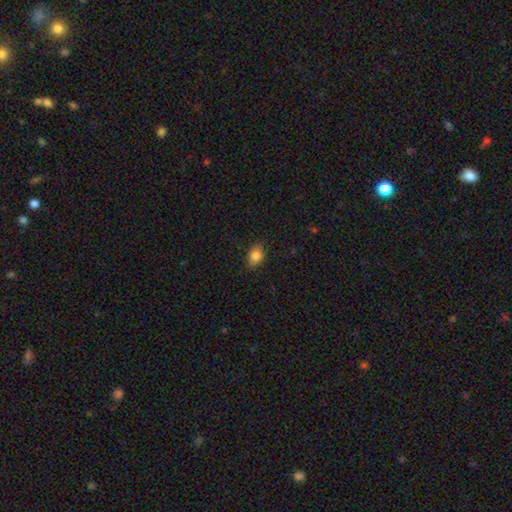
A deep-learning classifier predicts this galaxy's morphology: Smooth or featured: smooth — 84% (star or artifact — 9%)
How rounded: in between — 76% (round — 22%)
Merging: none — 85% (minor disturbance — 11%)